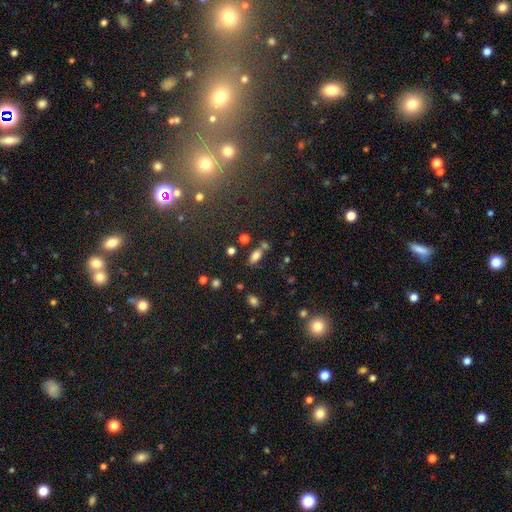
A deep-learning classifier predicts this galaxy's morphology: The model was most divided on "merging": none: 62%, merger: 20%, minor disturbance: 13%, major disturbance: 5%. More confident: how rounded — in between (87%); smooth or featured — smooth (78%).